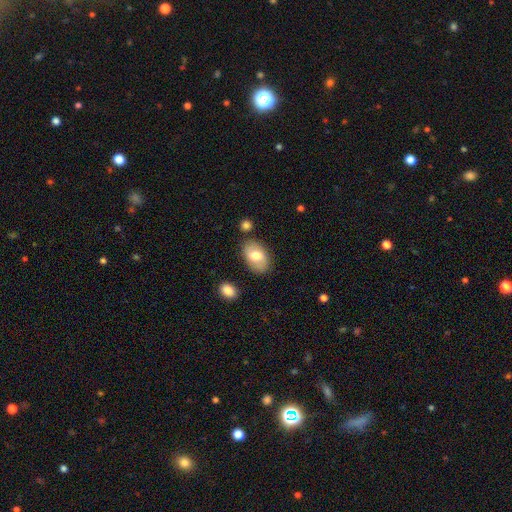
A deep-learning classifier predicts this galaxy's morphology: Overall: smooth (70%). How rounded: in between (89%). Merging: none (80%).